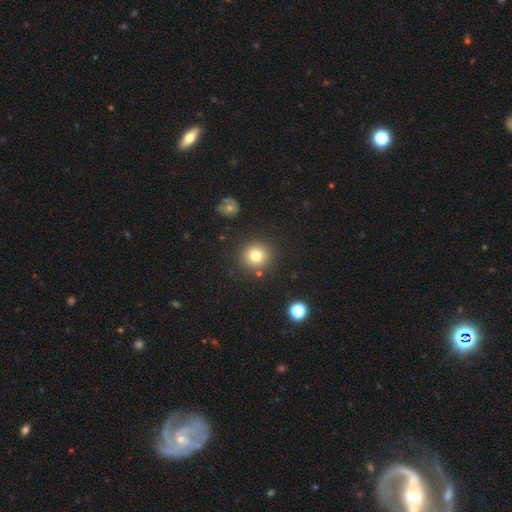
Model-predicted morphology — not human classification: smooth 78%, star or artifact 13%, featured or disk 9%. Down the decision tree: how rounded — round (92%); merging — none (86%).